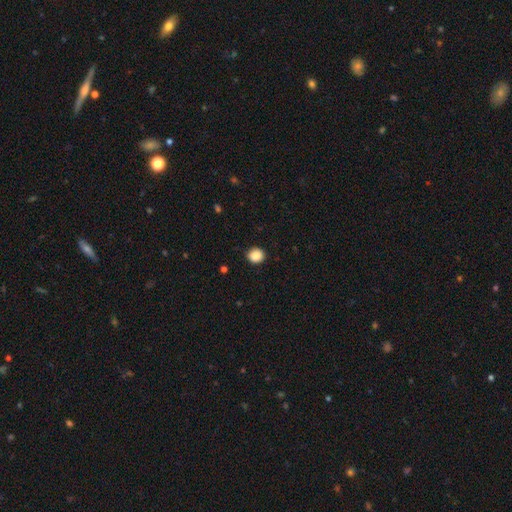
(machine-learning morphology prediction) This appears to be a smooth galaxy with no disk features (88%) that is round (81%). Merging: none (90%).